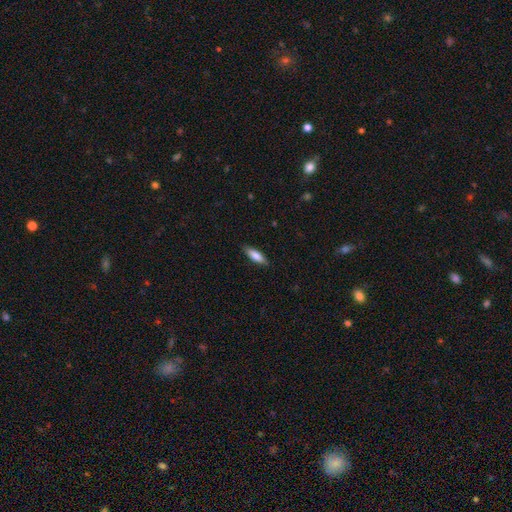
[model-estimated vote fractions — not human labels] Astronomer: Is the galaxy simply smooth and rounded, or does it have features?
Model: smooth — 79%.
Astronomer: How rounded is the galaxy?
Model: cigar-shaped — 50% (runner-up: in between, 49%).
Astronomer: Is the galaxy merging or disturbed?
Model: none — 87%.